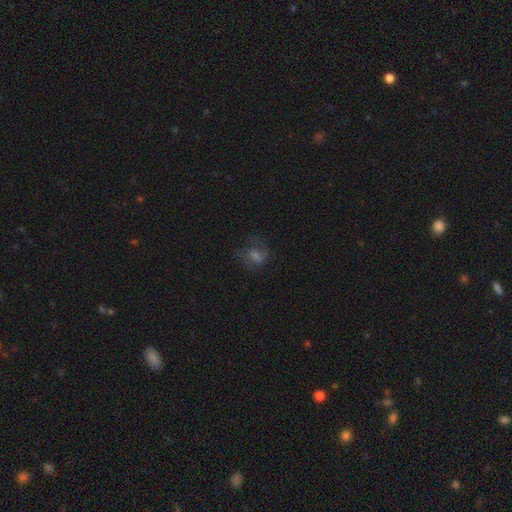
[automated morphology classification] Smooth or featured?
  - smooth: 39% *
  - featured or disk: 37%
  - star or artifact: 24%
Merging?
  - none: 61% *
  - minor disturbance: 19%
  - major disturbance: 18%
  - merger: 2%